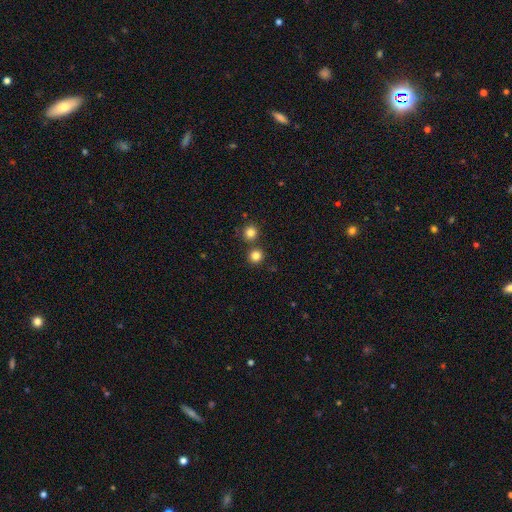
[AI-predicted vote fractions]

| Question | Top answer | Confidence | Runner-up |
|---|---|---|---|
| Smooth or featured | smooth | 82% | star or artifact (13%) |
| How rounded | round | 93% | in between (7%) |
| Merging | none | 77% | merger (15%) |